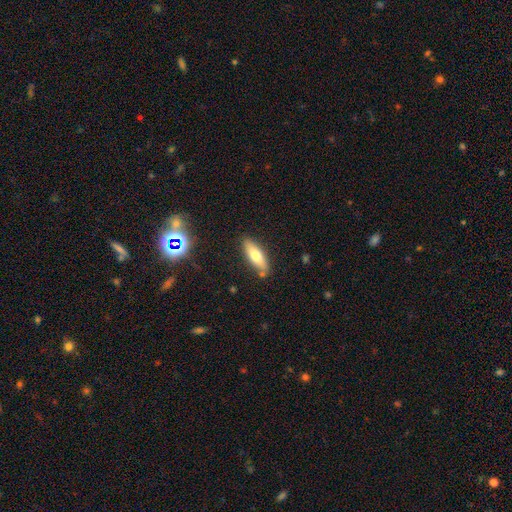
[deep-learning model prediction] Overall: smooth (68%). How rounded: in between (59%; cigar-shaped 39%). Merging: none (82%).